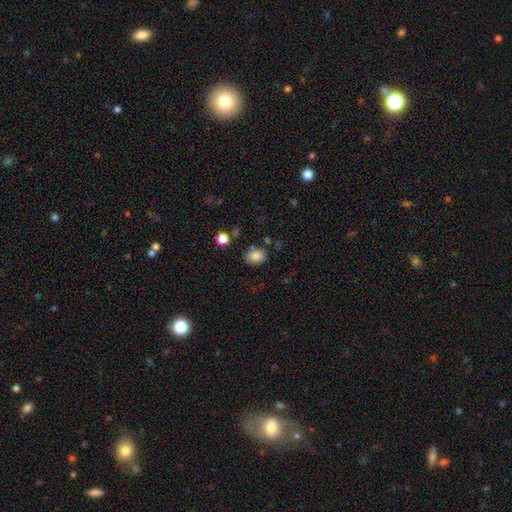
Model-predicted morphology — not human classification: Overall: smooth (85%). How rounded: in between (74%). Merging: none (76%).